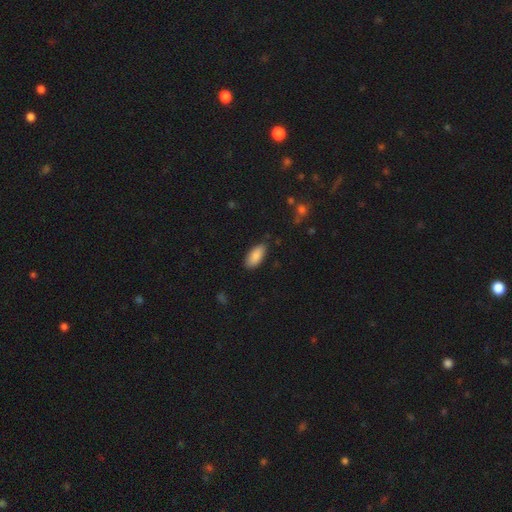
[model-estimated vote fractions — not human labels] This appears to be a smooth galaxy with no disk features (88%) that is in between round and cigar-shaped (90%). Merging: none (83%).